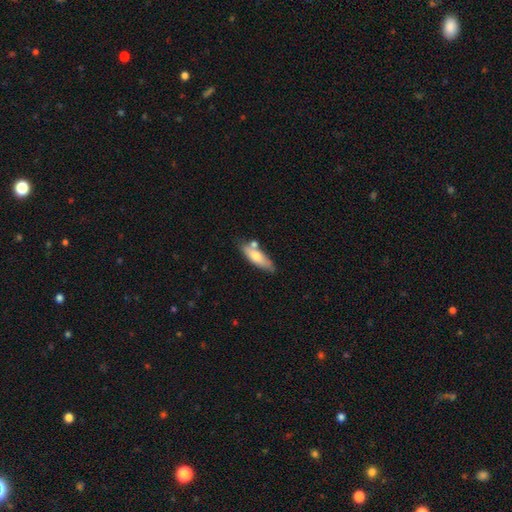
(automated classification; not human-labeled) smooth-or-featured: smooth: 67% | featured or disk: 28% | star or artifact: 6%
  how-rounded: in between: 53% | cigar-shaped: 45% | round: 2%
  merging: none: 66% | minor disturbance: 17% | merger: 14% | major disturbance: 4%